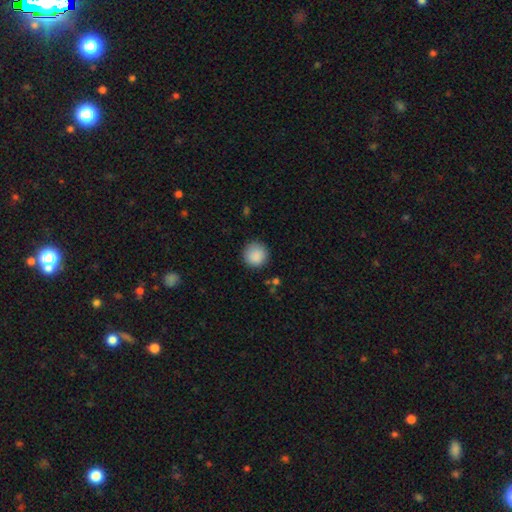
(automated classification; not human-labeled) This is clearly a smooth galaxy (89%). How rounded: clearly round (95%). Merging: clearly none (88%).